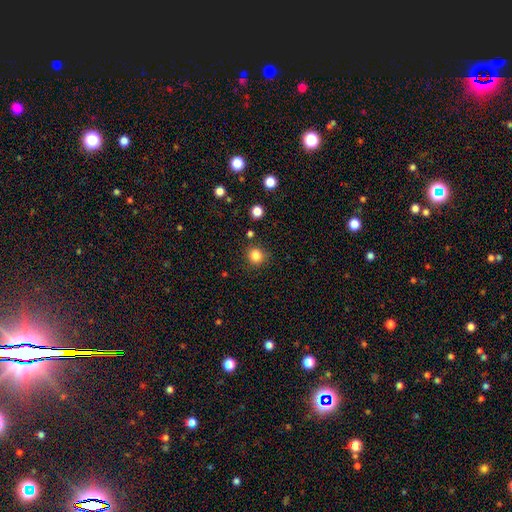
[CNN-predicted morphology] This is clearly a smooth galaxy (84%). How rounded: clearly round (89%). Merging: clearly none (85%).